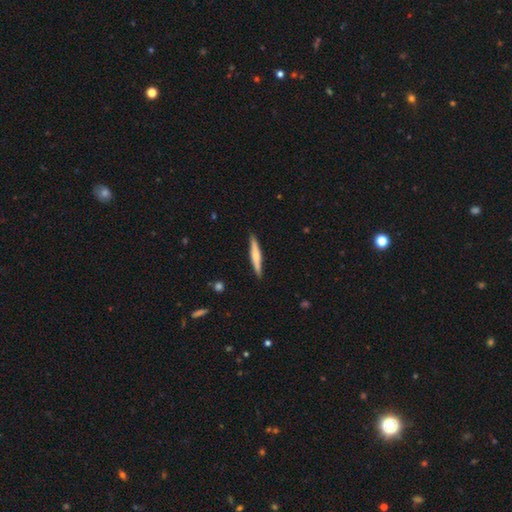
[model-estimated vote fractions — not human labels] Q: Smooth or featured?
A: smooth (50%); runner-up: featured or disk (45%)
Q: Merging?
A: none (90%); runner-up: minor disturbance (8%)